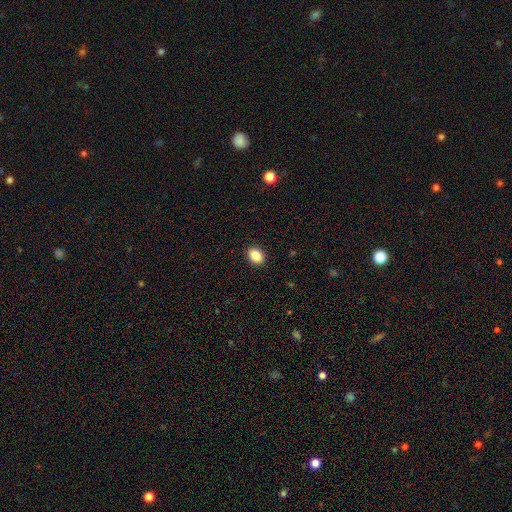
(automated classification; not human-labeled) Q: Smooth or featured?
A: smooth (87%); runner-up: star or artifact (9%)
Q: How rounded?
A: in between (71%); runner-up: round (28%)
Q: Merging?
A: none (91%); runner-up: minor disturbance (6%)